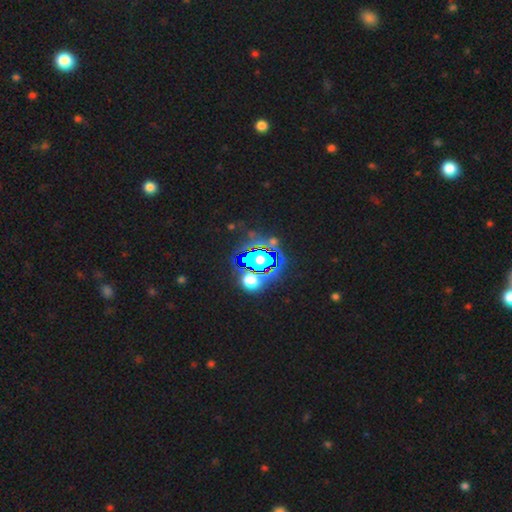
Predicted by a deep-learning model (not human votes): Smooth or featured: star or artifact — 81% (smooth — 11%)